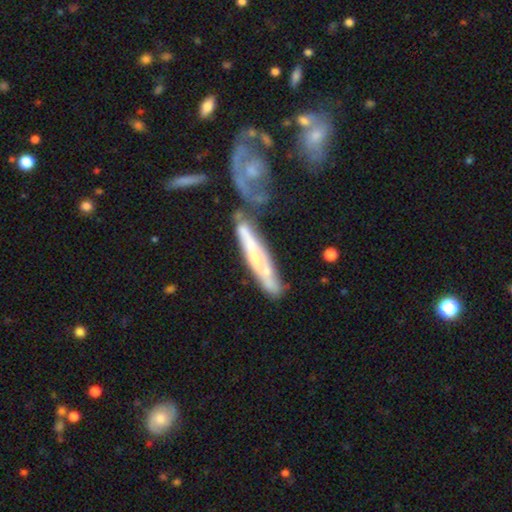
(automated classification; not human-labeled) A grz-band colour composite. It shows a featured or disk galaxy (56%) viewed edge-on (63%). Merging: none (45%).